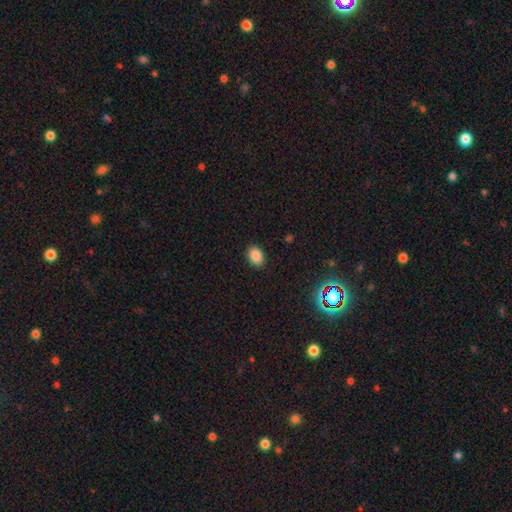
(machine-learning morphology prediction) smooth-or-featured: smooth: 86% | star or artifact: 10% | featured or disk: 4%
  how-rounded: in between: 76% | round: 23% | cigar-shaped: 1%
  merging: none: 89% | minor disturbance: 8% | major disturbance: 2% | merger: 1%